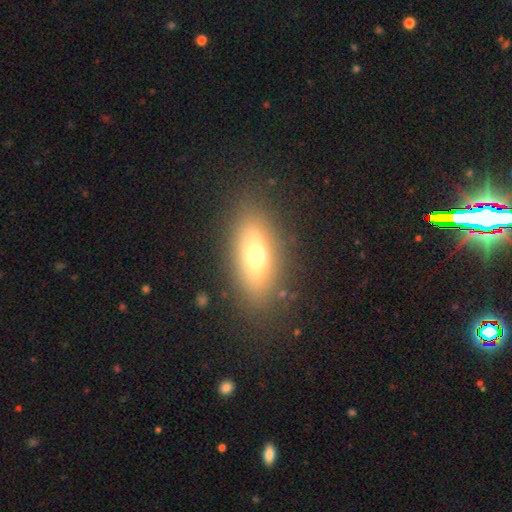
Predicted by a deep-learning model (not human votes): smooth 63%, featured or disk 27%, star or artifact 10%. Down the decision tree: how rounded — in between (77%); merging — none (85%).